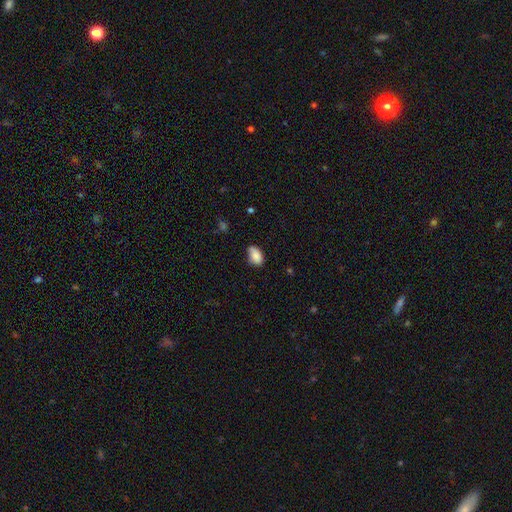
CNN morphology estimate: This appears to be a smooth galaxy with no disk features (85%) that is in between round and cigar-shaped (91%). Merging: none (62%).